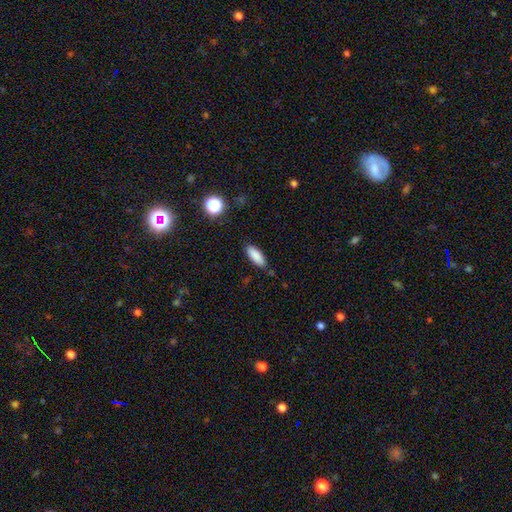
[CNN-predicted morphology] Smooth or featured? Predicted: smooth (p=0.87). How rounded? Predicted: in between (p=0.70). Merging? Predicted: none (p=0.85).